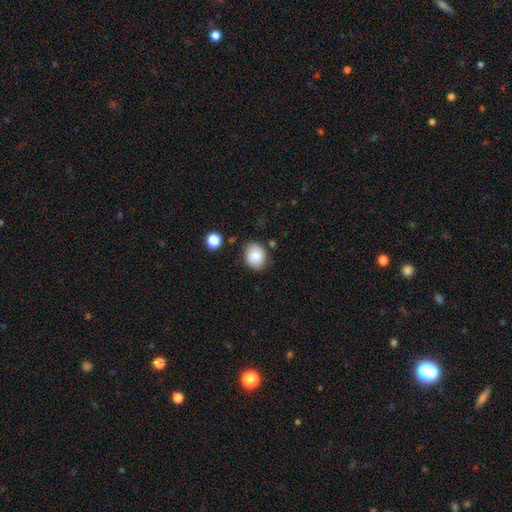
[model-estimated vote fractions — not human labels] smooth_or_featured: smooth (p=0.79) [alt: featured or disk p=0.12]
how_rounded: round (p=0.61) [alt: in between p=0.38]
merging: none (p=0.77) [alt: minor disturbance p=0.16]